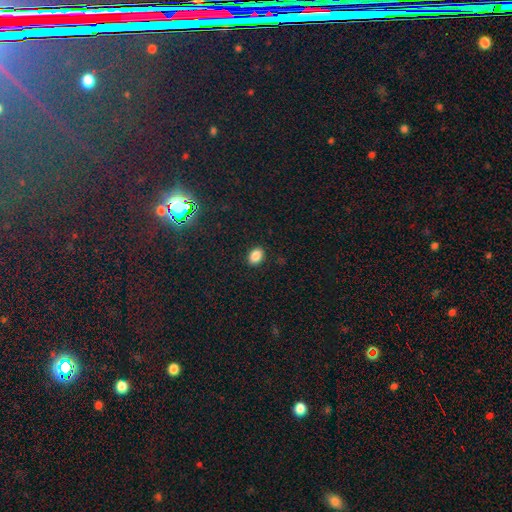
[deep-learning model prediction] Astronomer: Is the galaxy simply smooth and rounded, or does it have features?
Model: smooth — 86%.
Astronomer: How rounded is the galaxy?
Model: in between — 75%.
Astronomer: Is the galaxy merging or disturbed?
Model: none — 88%.